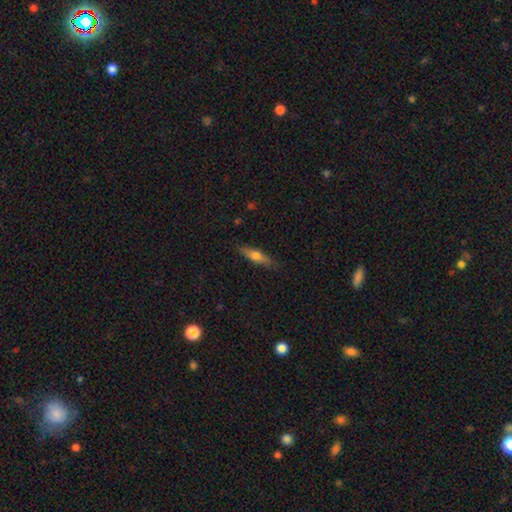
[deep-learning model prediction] smooth-or-featured: smooth: 58% | featured or disk: 35% | star or artifact: 6%
  how-rounded: cigar-shaped: 66% | in between: 32% | round: 2%
  merging: none: 84% | minor disturbance: 12% | major disturbance: 3% | merger: 1%